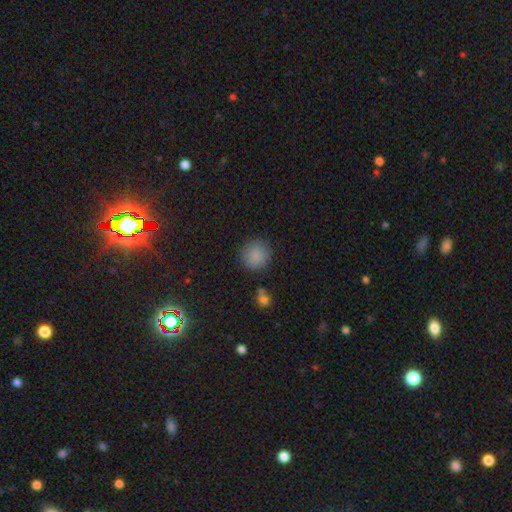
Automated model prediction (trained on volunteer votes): smooth_or_featured: smooth (p=0.87) [alt: star or artifact p=0.09]
how_rounded: round (p=0.93) [alt: in between p=0.06]
merging: none (p=0.86) [alt: minor disturbance p=0.09]